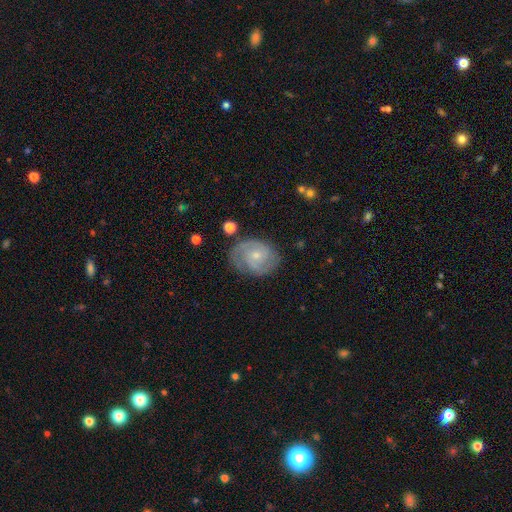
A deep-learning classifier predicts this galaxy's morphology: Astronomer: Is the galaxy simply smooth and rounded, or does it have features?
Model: featured or disk — 77%.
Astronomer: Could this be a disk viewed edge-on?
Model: no — 98%.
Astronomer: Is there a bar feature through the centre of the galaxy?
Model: no — 63%.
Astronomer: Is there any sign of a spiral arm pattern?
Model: yes — 93%.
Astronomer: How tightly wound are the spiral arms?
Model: tight — 48% (runner-up: medium, 41%).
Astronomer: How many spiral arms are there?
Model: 2 — 67%.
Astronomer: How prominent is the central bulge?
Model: small — 64%.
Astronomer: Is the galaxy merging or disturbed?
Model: none — 72%.